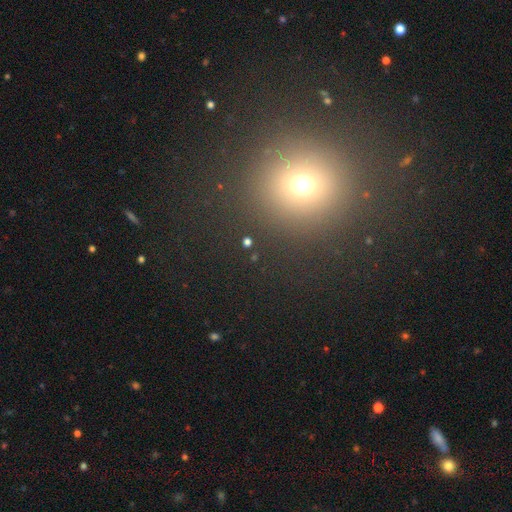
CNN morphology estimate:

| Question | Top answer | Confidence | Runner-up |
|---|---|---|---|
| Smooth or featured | smooth | 60% | star or artifact (31%) |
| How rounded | round | 91% | in between (8%) |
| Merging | none | 89% | minor disturbance (6%) |